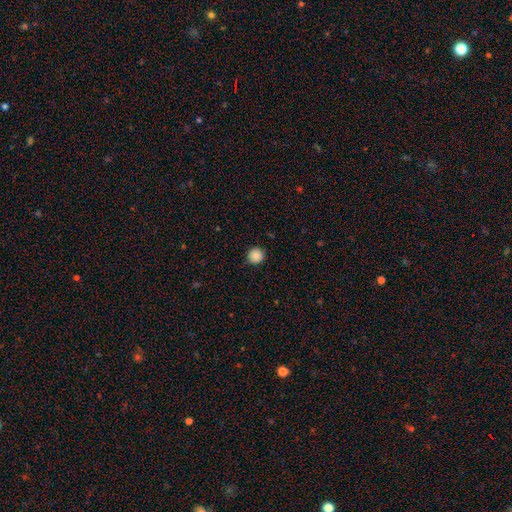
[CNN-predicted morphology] smooth_or_featured: smooth (p=0.88) [alt: star or artifact p=0.10]
how_rounded: round (p=0.95) [alt: in between p=0.04]
merging: none (p=0.91) [alt: minor disturbance p=0.06]